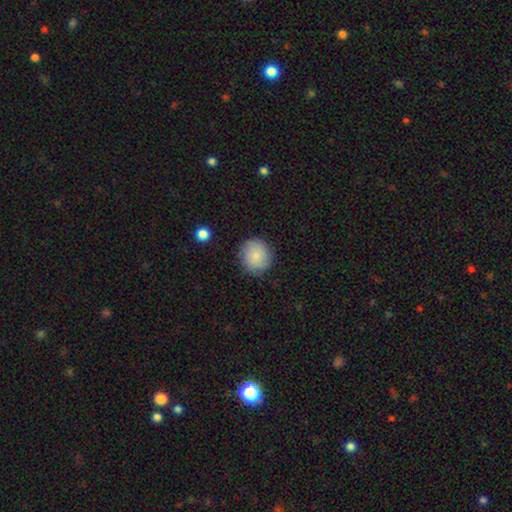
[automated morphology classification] This appears to be a smooth galaxy with no disk features (81%) that is round (89%). Merging: none (85%).